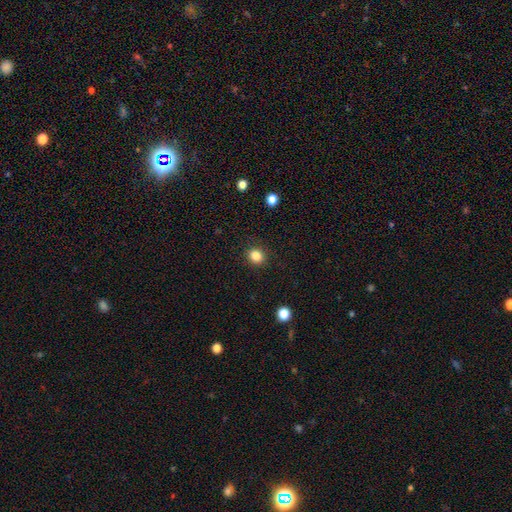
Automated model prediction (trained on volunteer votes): smooth 85%, star or artifact 11%, featured or disk 4%. Down the decision tree: how rounded — round (78%); merging — none (90%).